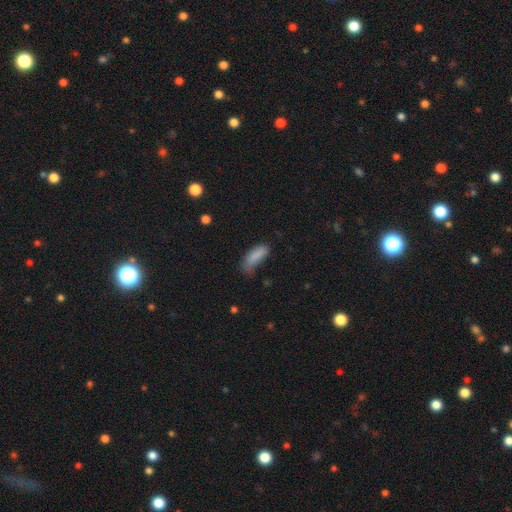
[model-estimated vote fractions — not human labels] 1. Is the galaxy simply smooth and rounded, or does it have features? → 85% smooth, 8% star or artifact, 7% featured or disk.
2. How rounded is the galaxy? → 68% in between, 30% cigar-shaped, 2% round.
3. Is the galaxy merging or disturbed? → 44% none, 36% minor disturbance, 16% major disturbance, 3% merger.